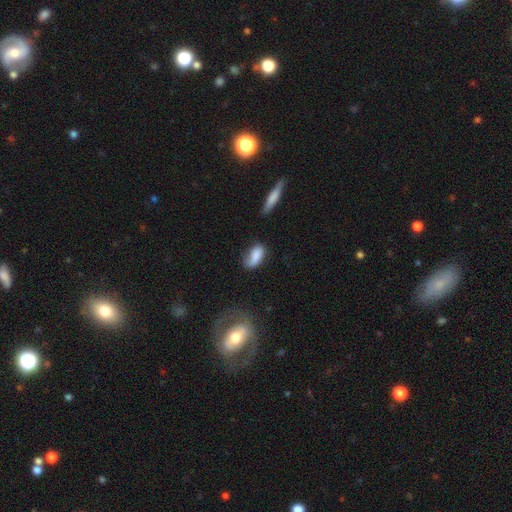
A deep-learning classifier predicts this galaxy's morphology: This is clearly a smooth galaxy (80%). How rounded: clearly in between (89%). Merging: possibly none (52%).